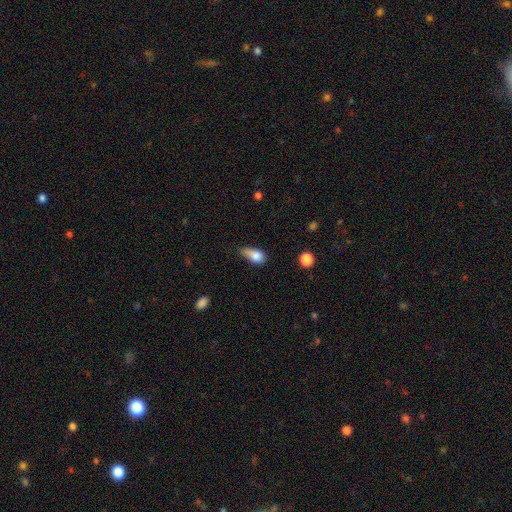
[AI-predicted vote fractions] Smooth or featured? Predicted: smooth (p=0.79). How rounded? Predicted: in between (p=0.78). Merging? Predicted: minor disturbance (p=0.46).